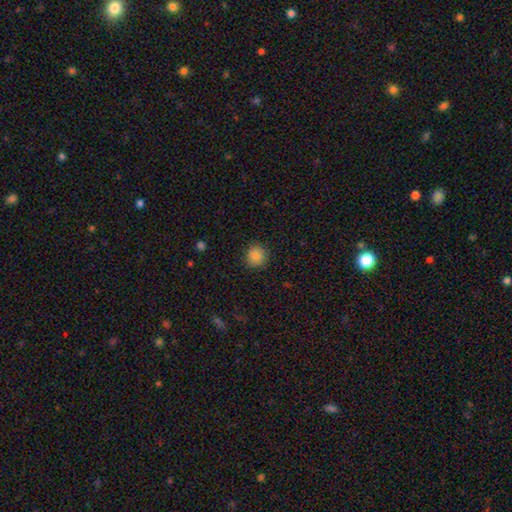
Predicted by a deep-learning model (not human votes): The model was most divided on "smooth or featured": smooth: 85%, star or artifact: 10%, featured or disk: 5%. More confident: how rounded — round (90%); merging — none (88%).